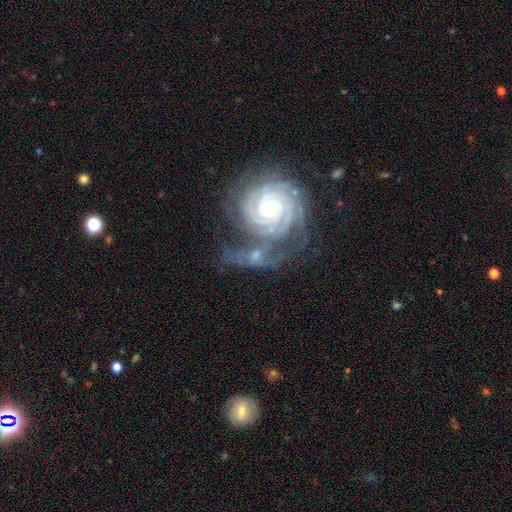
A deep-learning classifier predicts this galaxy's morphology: This appears to be a featured or disk galaxy (83%) with no bar (71%), tight (80%) spiral arms (96%) and a small central bulge (68%). Merging: none (45%).